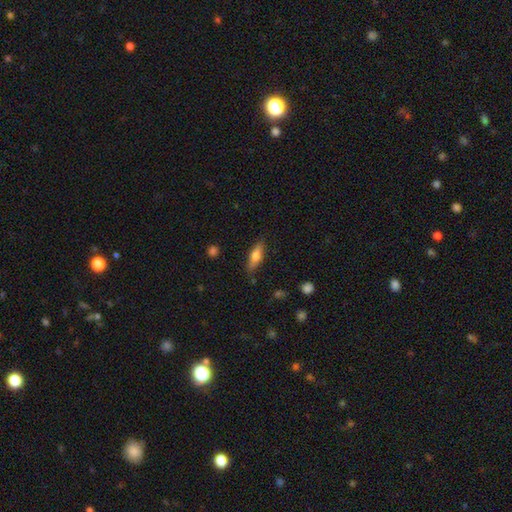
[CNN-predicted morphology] Smooth or featured? smooth (60%)
How rounded? cigar-shaped (52%)
Merging? none (84%)